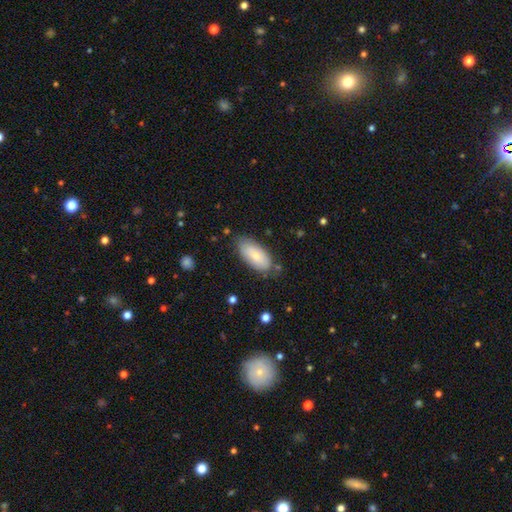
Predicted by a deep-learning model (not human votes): Smooth or featured: smooth — 76% (featured or disk — 17%)
How rounded: in between — 90% (cigar-shaped — 8%)
Merging: none — 75% (minor disturbance — 19%)